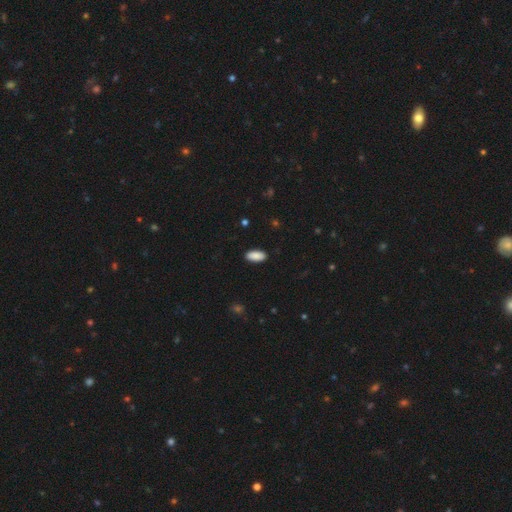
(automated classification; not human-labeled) Smooth or featured?
  - smooth: 90% *
  - star or artifact: 7%
  - featured or disk: 4%
How rounded?
  - in between: 89% *
  - cigar-shaped: 9%
  - round: 2%
Merging?
  - none: 90% *
  - minor disturbance: 8%
  - major disturbance: 2%
  - merger: 1%